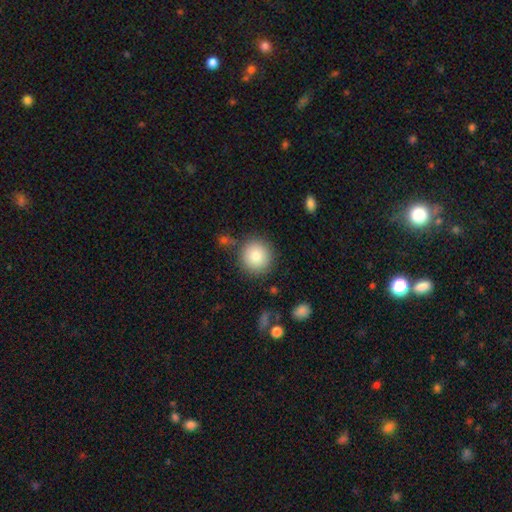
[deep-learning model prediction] This is clearly a smooth galaxy (83%). How rounded: clearly round (93%). Merging: clearly none (84%).